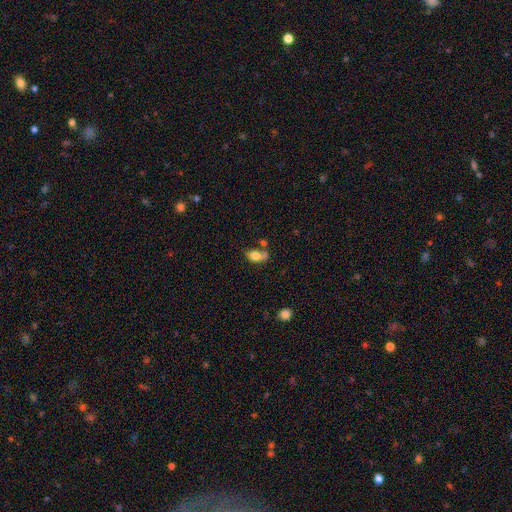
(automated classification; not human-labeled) This is likely a smooth galaxy (74%). How rounded: clearly in between (83%). Merging: marginally none (37%).